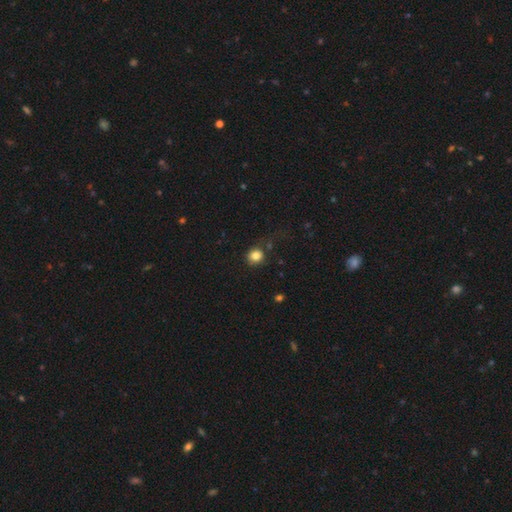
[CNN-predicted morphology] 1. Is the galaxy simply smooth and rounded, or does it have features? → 83% smooth, 11% star or artifact, 6% featured or disk.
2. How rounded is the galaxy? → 82% round, 18% in between, 1% cigar-shaped.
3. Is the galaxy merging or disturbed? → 77% none, 14% minor disturbance, 6% major disturbance, 3% merger.